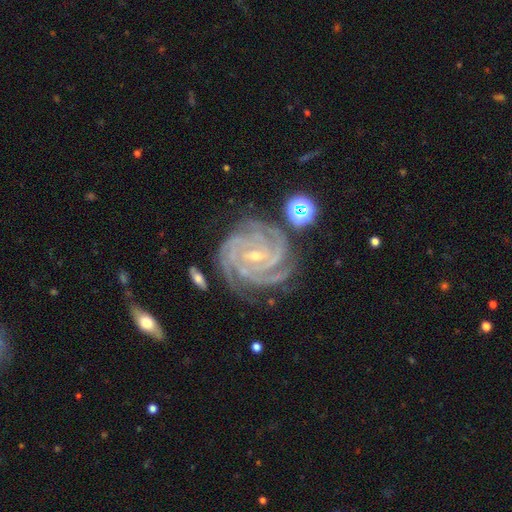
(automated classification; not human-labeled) smooth-or-featured: featured or disk: 93% | star or artifact: 5% | smooth: 3%
  disk-edge-on: no: 98% | yes: 2%
    bar: weak: 44% | no: 30% | strong: 26%
    has-spiral-arms: yes: 99% | no: 1%
      spiral-winding: tight: 83% | medium: 16% | loose: 2%
      spiral-arm-count: 4: 47% | 3: 18% | more than 4: 13% | can't tell: 9% | 2: 7% | 1: 6%
    bulge-size: small: 70% | moderate: 27% | none: 1% | large: 1% | dominant: 1%
  merging: none: 76% | minor disturbance: 16% | major disturbance: 5% | merger: 3%